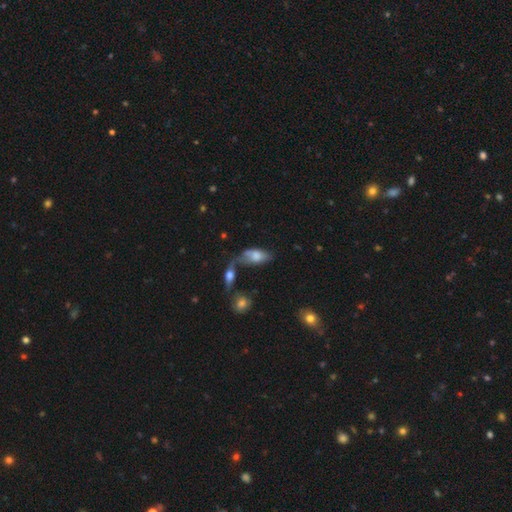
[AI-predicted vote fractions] The model was most divided on "merging": merger: 31%, none: 27%, minor disturbance: 22%, major disturbance: 20%. More confident: how rounded — in between (89%); smooth or featured — smooth (65%).